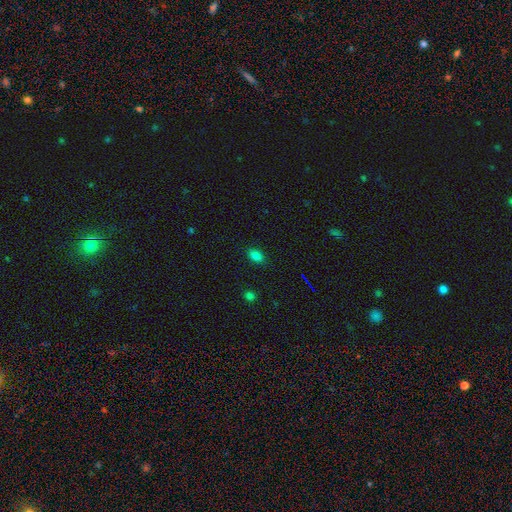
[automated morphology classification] Overall: smooth (81%). How rounded: in between (83%). Merging: none (87%).